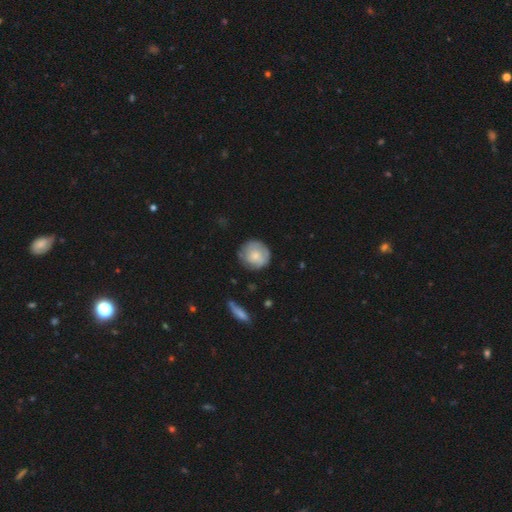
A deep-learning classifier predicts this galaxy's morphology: A smooth galaxy with no disk features (67%) that is round (89%). Merging: none (70%).